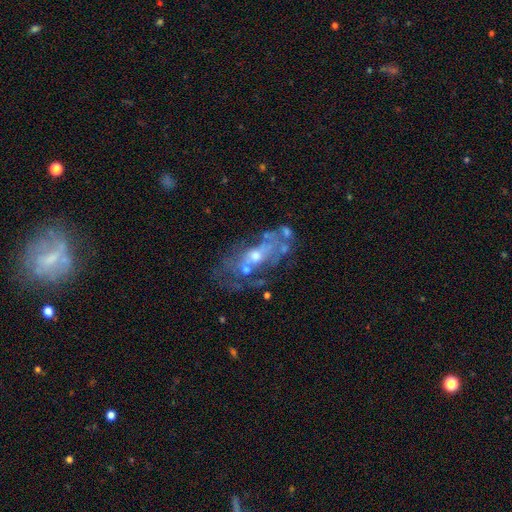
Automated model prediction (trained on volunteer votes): Smooth or featured?
  - featured or disk: 70% *
  - smooth: 20%
  - star or artifact: 10%
Edge-on disk?
  - no: 89% *
  - yes: 11%
Bar?
  - no: 77% *
  - weak: 17%
  - strong: 5%
Spiral arms?
  - no: 64% *
  - yes: 36%
Bulge size?
  - moderate: 51% *
  - small: 39%
  - none: 5%
  - large: 4%
  - dominant: 1%
Merging?
  - none: 43% *
  - major disturbance: 22%
  - minor disturbance: 20%
  - merger: 15%